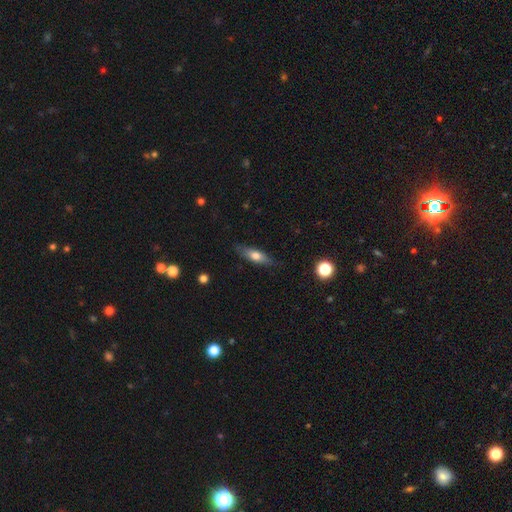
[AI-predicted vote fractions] Q: Smooth or featured?
A: smooth (59%); runner-up: featured or disk (34%)
Q: How rounded?
A: cigar-shaped (54%); runner-up: in between (42%)
Q: Merging?
A: none (83%); runner-up: minor disturbance (13%)